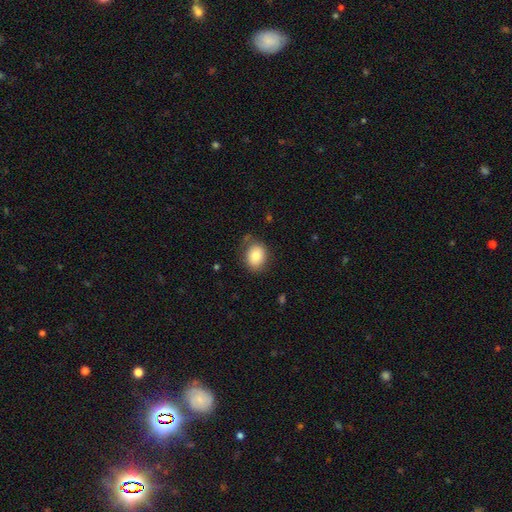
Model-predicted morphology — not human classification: Overall: smooth (81%). How rounded: in between (51%; round 48%). Merging: none (75%).